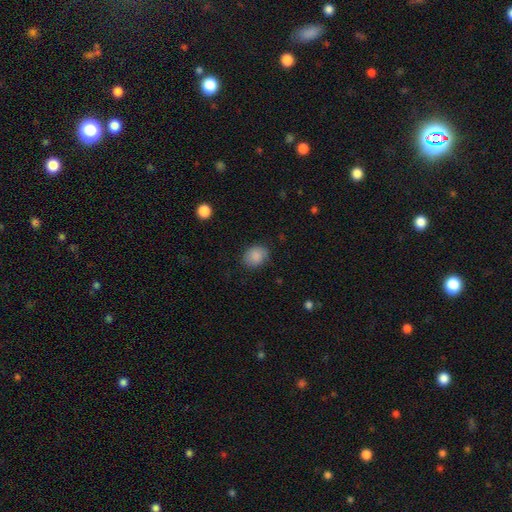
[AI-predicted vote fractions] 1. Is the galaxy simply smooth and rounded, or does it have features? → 88% smooth, 8% star or artifact, 4% featured or disk.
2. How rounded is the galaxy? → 56% round, 43% in between, 1% cigar-shaped.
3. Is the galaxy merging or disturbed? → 80% none, 15% minor disturbance, 4% major disturbance, 1% merger.